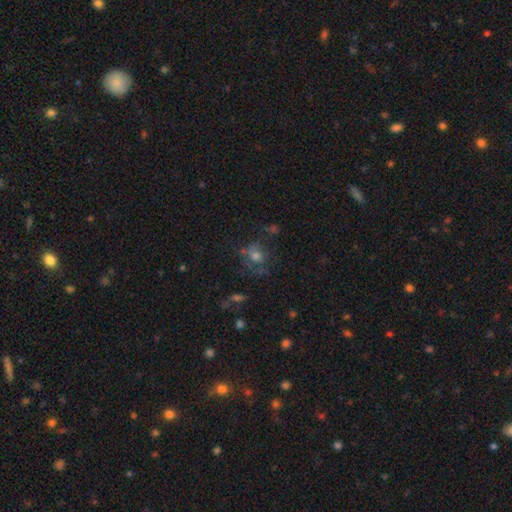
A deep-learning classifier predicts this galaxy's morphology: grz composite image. It shows a smooth galaxy with no disk features (44%). Merging: none (53%).